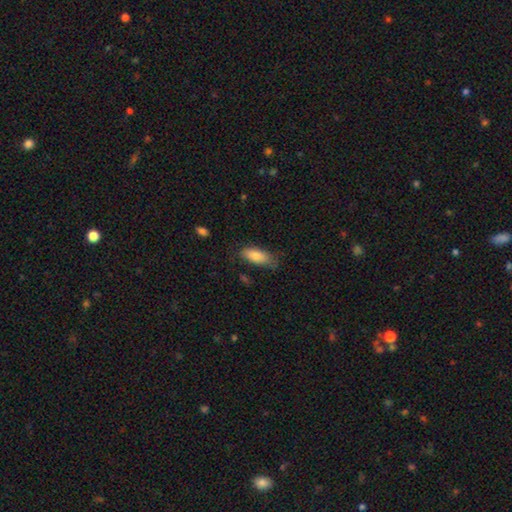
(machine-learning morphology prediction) smooth-or-featured: smooth: 81% | featured or disk: 12% | star or artifact: 7%
  how-rounded: in between: 76% | cigar-shaped: 22% | round: 2%
  merging: none: 66% | minor disturbance: 26% | major disturbance: 7% | merger: 2%